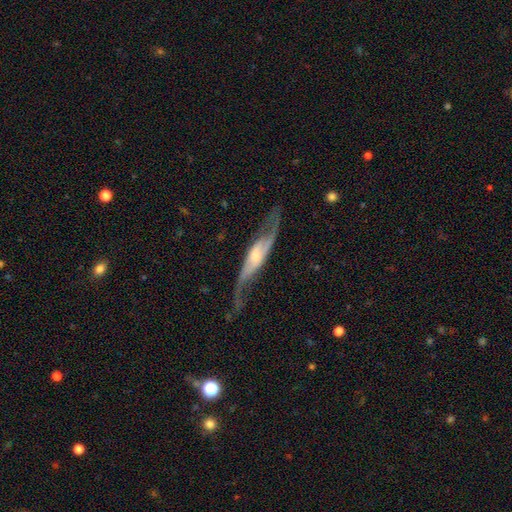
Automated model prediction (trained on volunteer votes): The model was most divided on "bulge size": small: 44%, moderate: 40%, large: 7%, none: 7%, dominant: 2%. Remaining: spiral arms — yes (93%); spiral arm count — 2 (90%); smooth or featured — featured or disk (84%); merging — none (69%); edge-on disk — no (68%); spiral winding — loose (64%); bar — no (42%).